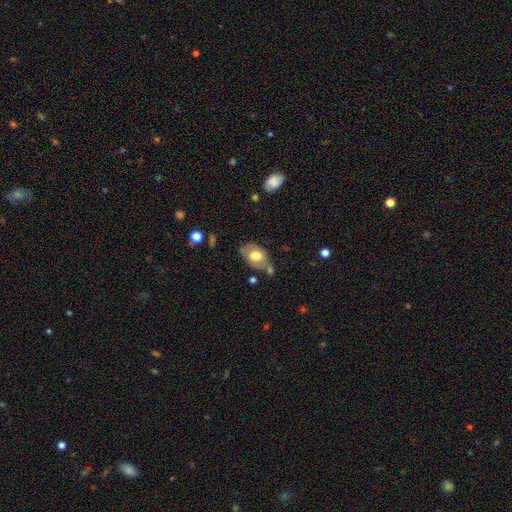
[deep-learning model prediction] This appears to be a smooth galaxy with no disk features (59%) that is in between round and cigar-shaped (85%). Merging: none (51%).